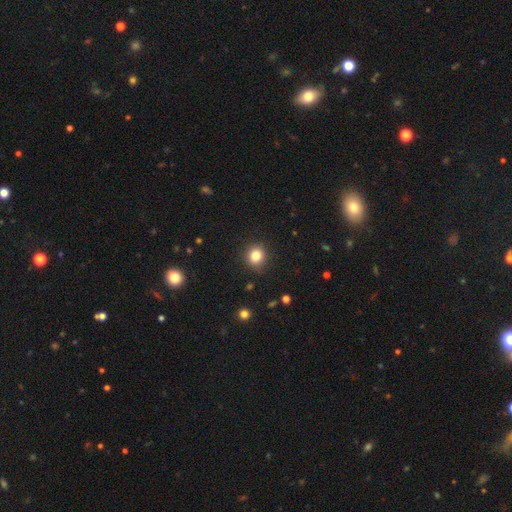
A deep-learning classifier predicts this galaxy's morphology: Smooth or featured? smooth (82%)
How rounded? round (87%)
Merging? none (90%)